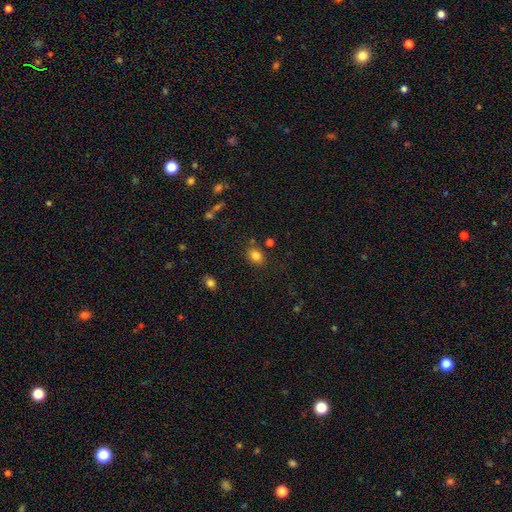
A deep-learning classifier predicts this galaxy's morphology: Overall: smooth (81%). How rounded: in between (55%; round 44%). Merging: none (80%).